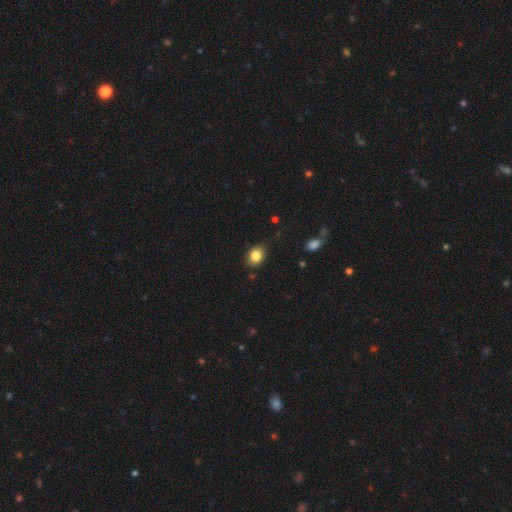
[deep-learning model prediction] Smooth or featured? Predicted: smooth (p=0.83). How rounded? Predicted: in between (p=0.54). Merging? Predicted: none (p=0.78).